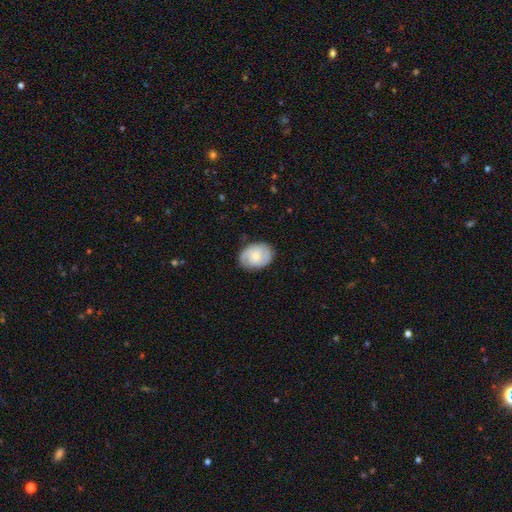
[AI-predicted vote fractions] Smooth or featured? featured or disk (49%)
Merging? none (77%)